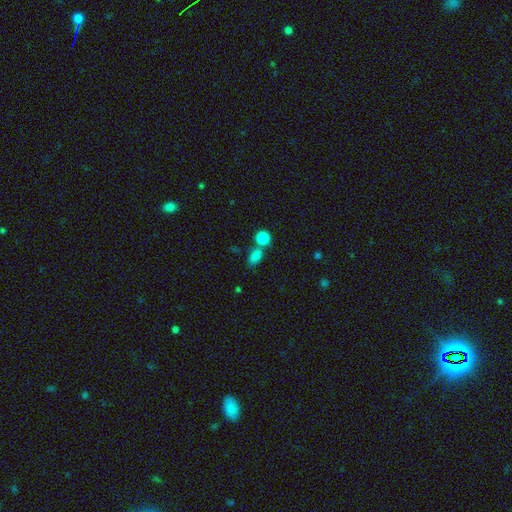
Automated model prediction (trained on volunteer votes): Smooth or featured? Predicted: smooth (p=0.82). How rounded? Predicted: in between (p=0.72). Merging? Predicted: none (p=0.52).